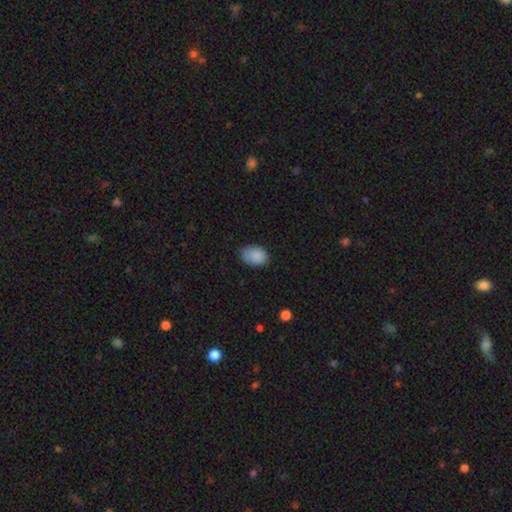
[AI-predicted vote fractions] smooth-or-featured: smooth: 88% | star or artifact: 7% | featured or disk: 5%
  how-rounded: in between: 77% | round: 22% | cigar-shaped: 1%
  merging: none: 68% | minor disturbance: 26% | major disturbance: 4% | merger: 1%